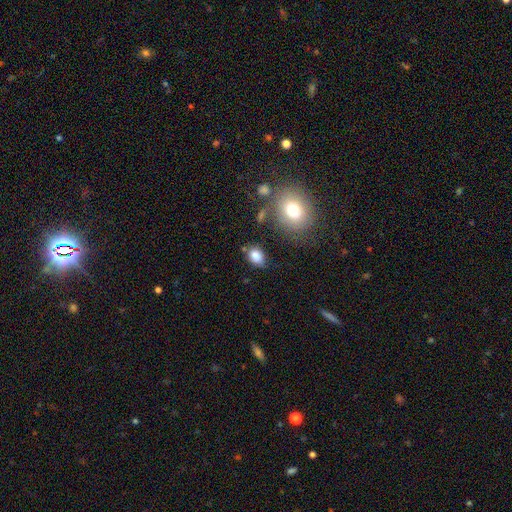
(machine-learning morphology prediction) smooth_or_featured: smooth (p=0.84) [alt: star or artifact p=0.09]
how_rounded: in between (p=0.75) [alt: round p=0.24]
merging: none (p=0.70) [alt: minor disturbance p=0.18]